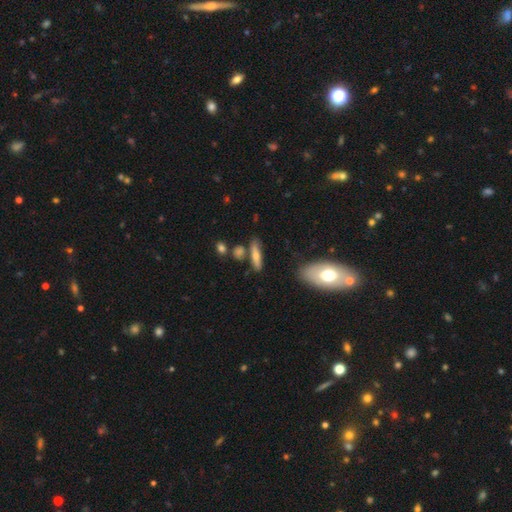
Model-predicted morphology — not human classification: This appears to be a smooth galaxy with no disk features (59%) that is cigar-shaped (70%). Merging: none (71%).